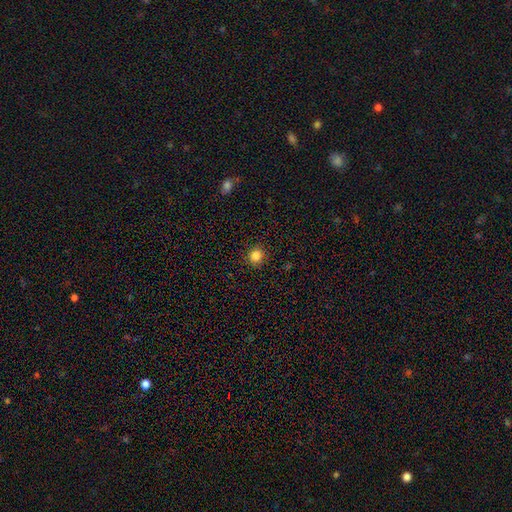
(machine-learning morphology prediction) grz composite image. It shows a smooth galaxy with no disk features (84%) that is round (88%). Merging: none (91%).